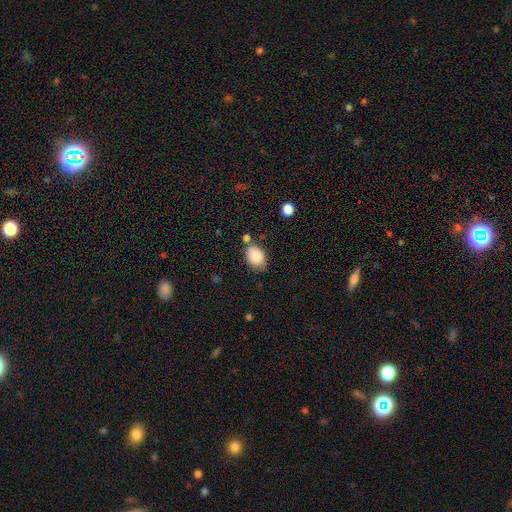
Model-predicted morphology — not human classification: The model was most divided on "merging": none: 60%, minor disturbance: 24%, merger: 11%, major disturbance: 6%. More confident: smooth or featured — smooth (85%); how rounded — in between (80%).